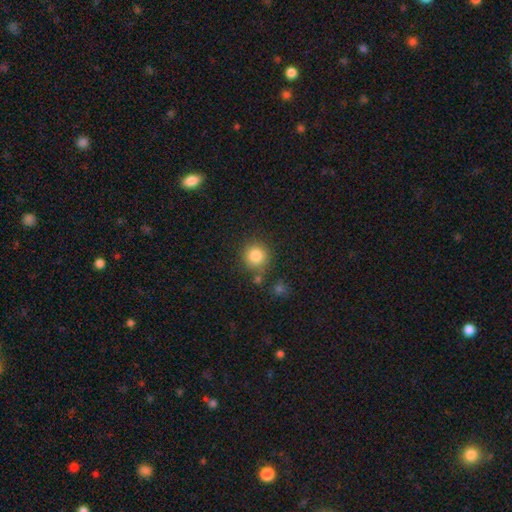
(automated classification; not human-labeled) Smooth or featured? smooth (84%)
How rounded? round (93%)
Merging? none (78%)